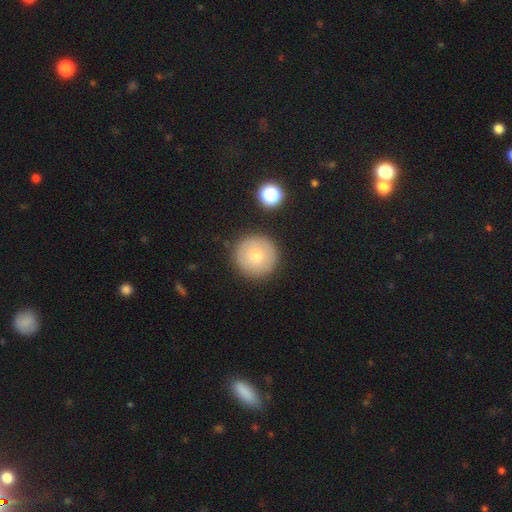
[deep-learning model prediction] smooth 74%, featured or disk 17%, star or artifact 9%. Down the decision tree: how rounded — round (96%); merging — none (87%).